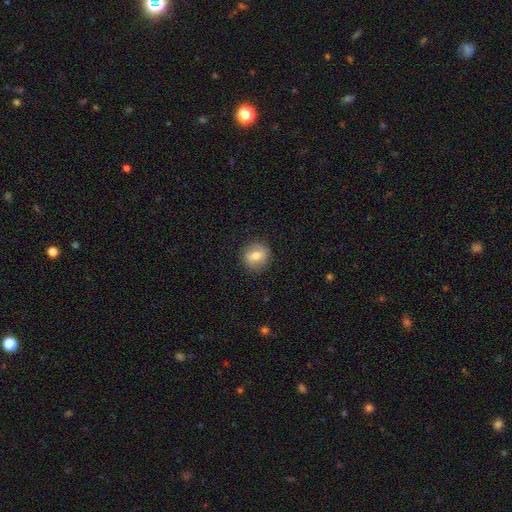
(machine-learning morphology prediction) The model was most divided on "smooth or featured": smooth: 72%, featured or disk: 19%, star or artifact: 9%. More confident: merging — none (88%); how rounded — round (86%).